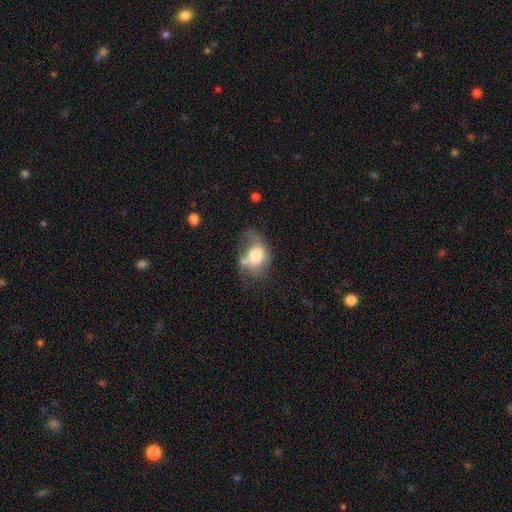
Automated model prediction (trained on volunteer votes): Q: Smooth or featured?
A: smooth (56%); runner-up: featured or disk (36%)
Q: How rounded?
A: in between (67%); runner-up: round (32%)
Q: Merging?
A: none (27%); runner-up: major disturbance (25%)